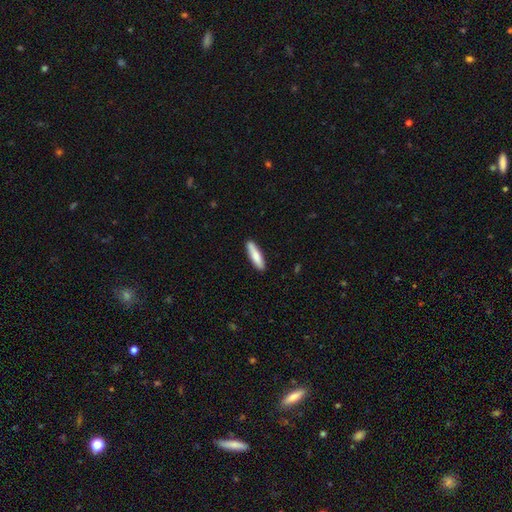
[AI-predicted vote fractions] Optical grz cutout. It shows a smooth galaxy with no disk features (77%) that is cigar-shaped (73%). Merging: none (88%).